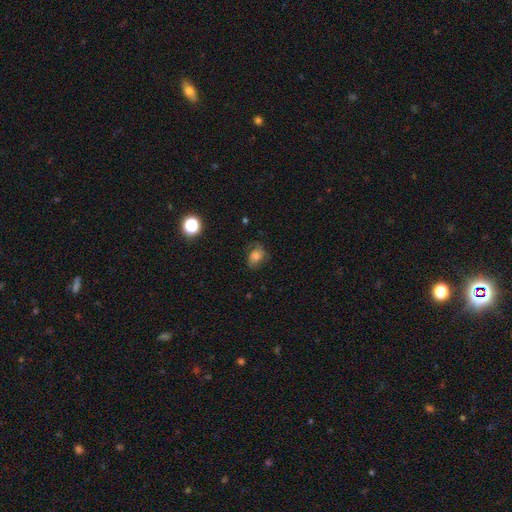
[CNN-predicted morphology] The model was most divided on "how rounded": in between: 57%, round: 41%, cigar-shaped: 1%. More confident: smooth or featured — smooth (63%); merging — none (56%).